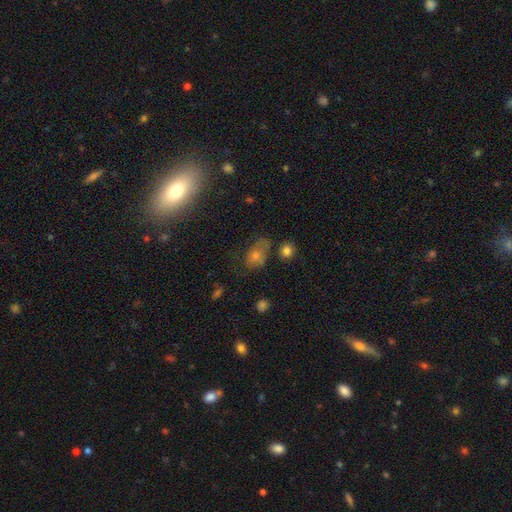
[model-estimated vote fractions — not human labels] A smooth galaxy with no disk features (50%).

Vote fractions:
- Smooth or featured? smooth: 50% / star or artifact: 27% / featured or disk: 23%
- Merging? none: 54% / minor disturbance: 24% / major disturbance: 15% / merger: 7%